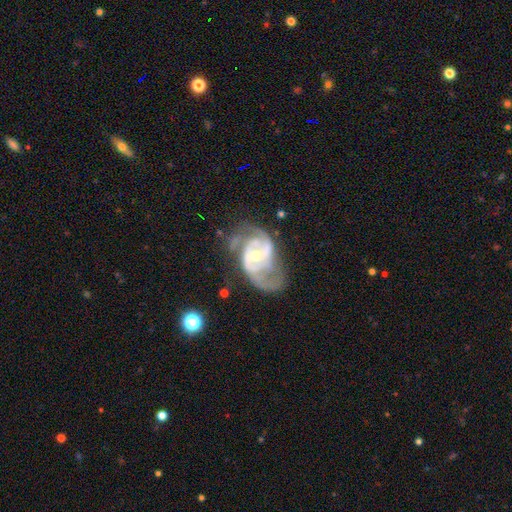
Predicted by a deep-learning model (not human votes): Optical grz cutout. It shows a featured or disk galaxy (87%) with no bar (45%), 2 (60%) medium (48%) spiral arms (92%) and a moderate central bulge (49%). Merging: none (45%).